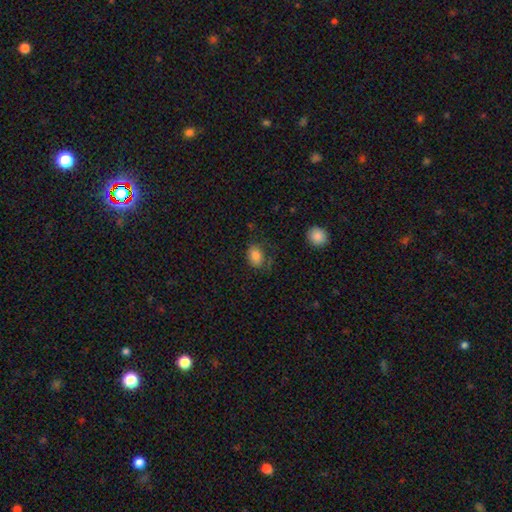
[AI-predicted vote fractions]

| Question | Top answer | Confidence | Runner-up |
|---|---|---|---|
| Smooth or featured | smooth | 83% | star or artifact (9%) |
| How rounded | in between | 73% | round (26%) |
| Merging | none | 67% | minor disturbance (22%) |